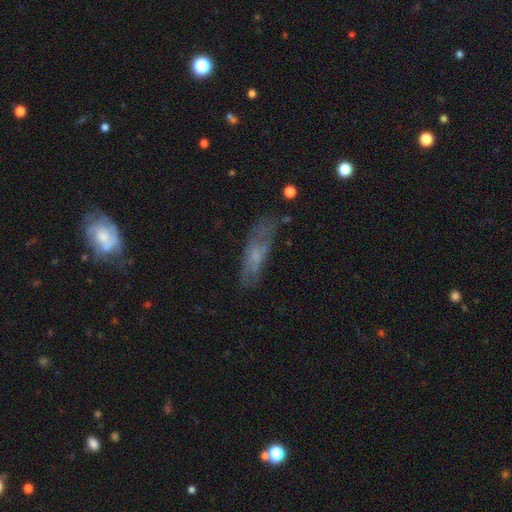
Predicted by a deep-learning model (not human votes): A smooth galaxy with no disk features (50%). Merging: none (58%).